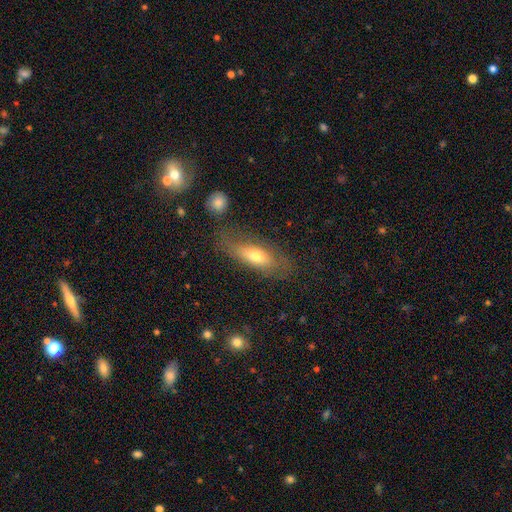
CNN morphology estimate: Q: Smooth or featured?
A: smooth (62%); runner-up: featured or disk (29%)
Q: How rounded?
A: in between (66%); runner-up: cigar-shaped (30%)
Q: Merging?
A: none (61%); runner-up: minor disturbance (21%)